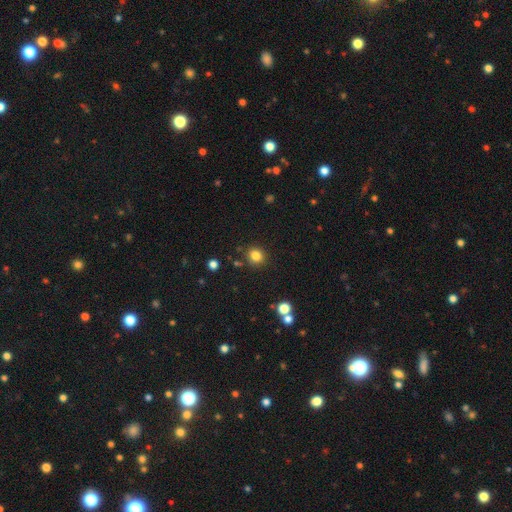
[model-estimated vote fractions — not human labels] Smooth or featured? smooth (82%)
How rounded? round (83%)
Merging? none (85%)